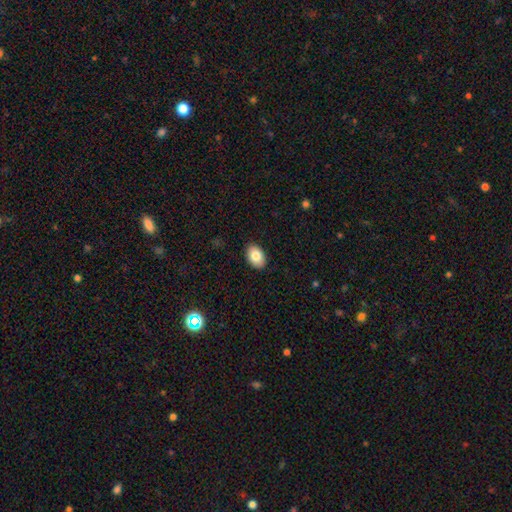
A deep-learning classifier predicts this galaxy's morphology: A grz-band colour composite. It shows a smooth galaxy with no disk features (83%) that is in between round and cigar-shaped (87%). Merging: none (89%).